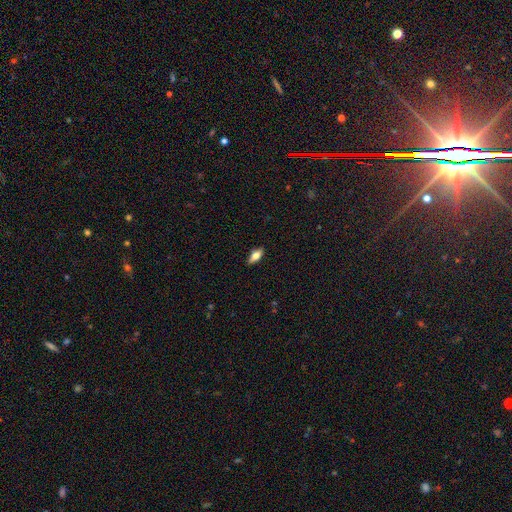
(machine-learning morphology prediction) This is likely a smooth galaxy (62%). How rounded: likely in between (75%). Merging: clearly none (88%).